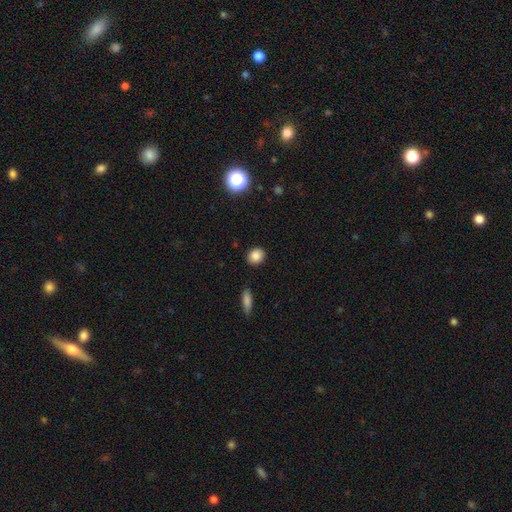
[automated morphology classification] smooth_or_featured: smooth (p=0.85) [alt: star or artifact p=0.10]
how_rounded: round (p=0.64) [alt: in between p=0.34]
merging: none (p=0.88) [alt: minor disturbance p=0.08]